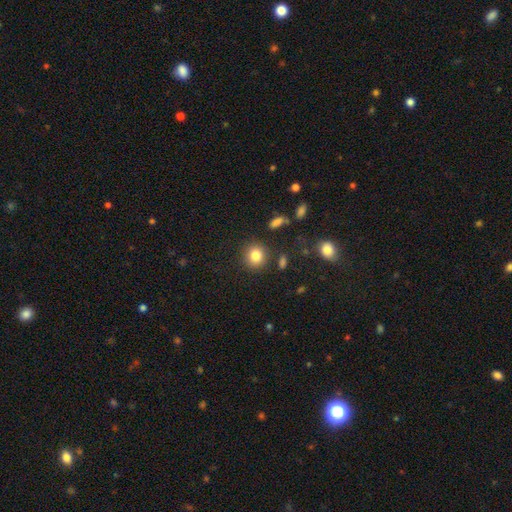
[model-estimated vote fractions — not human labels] This appears to be a smooth galaxy with no disk features (83%) that is round (82%). Merging: none (87%).